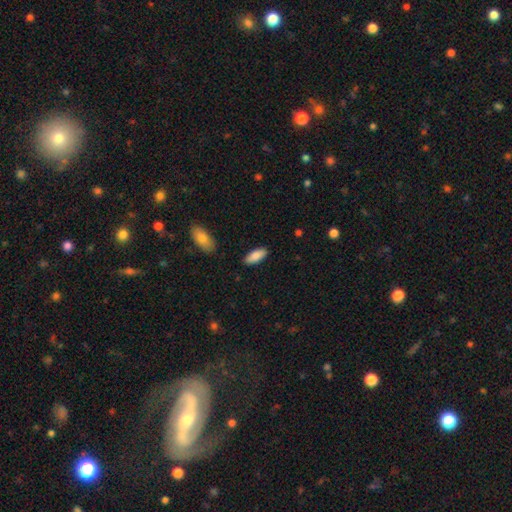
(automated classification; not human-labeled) Q: Smooth or featured?
A: smooth (86%); runner-up: featured or disk (9%)
Q: How rounded?
A: in between (80%); runner-up: cigar-shaped (19%)
Q: Merging?
A: none (88%); runner-up: minor disturbance (9%)